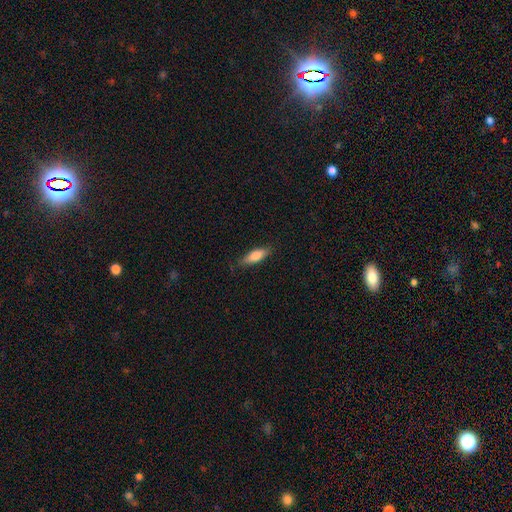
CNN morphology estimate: Smooth or featured? Predicted: smooth (p=0.79). How rounded? Predicted: in between (p=0.57). Merging? Predicted: none (p=0.80).